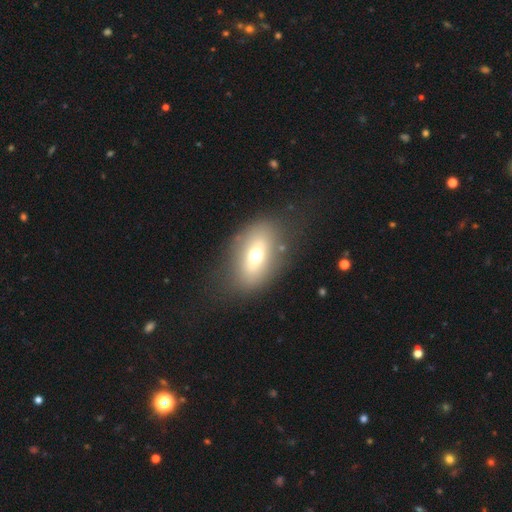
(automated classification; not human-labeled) This is possibly a smooth galaxy (59%). How rounded: likely in between (80%). Merging: likely none (77%).